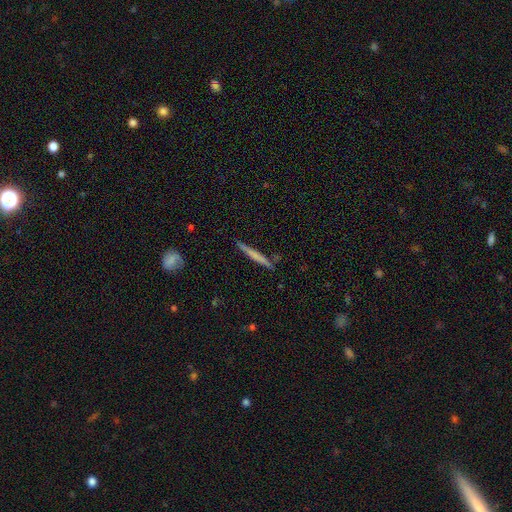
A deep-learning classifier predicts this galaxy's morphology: A smooth galaxy with no disk features (52%) that is cigar-shaped (96%).

Vote fractions:
- Smooth or featured? smooth: 52% / featured or disk: 43% / star or artifact: 6%
- How rounded? cigar-shaped: 96% / in between: 2% / round: 2%
- Merging? none: 87% / minor disturbance: 9% / merger: 2% / major disturbance: 2%